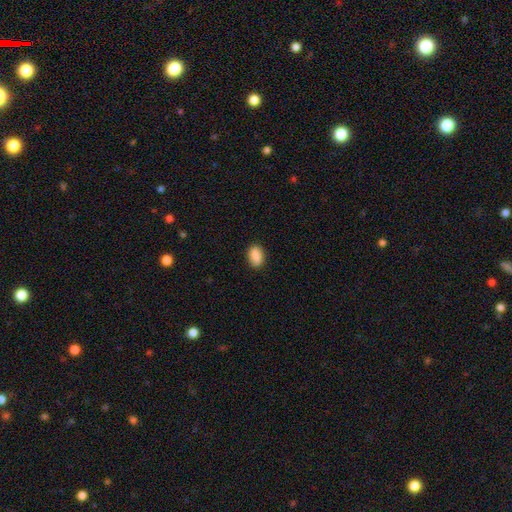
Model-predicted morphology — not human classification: smooth_or_featured: smooth (p=0.88) [alt: star or artifact p=0.07]
how_rounded: in between (p=0.87) [alt: round p=0.11]
merging: none (p=0.86) [alt: minor disturbance p=0.11]